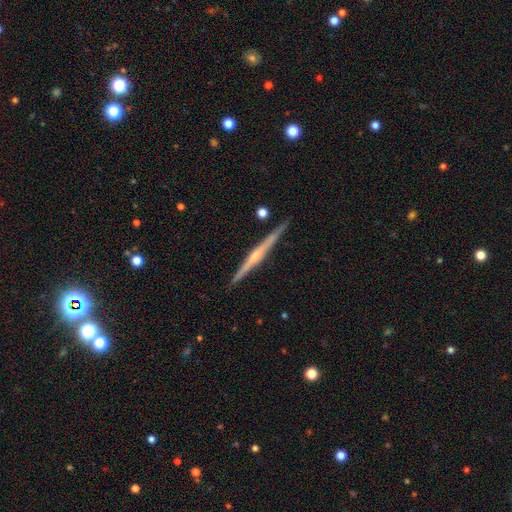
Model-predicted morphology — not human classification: Smooth or featured? featured or disk (80%)
Edge-on disk? yes (99%)
Edge-on bulge? rounded (72%)
Merging? none (91%)